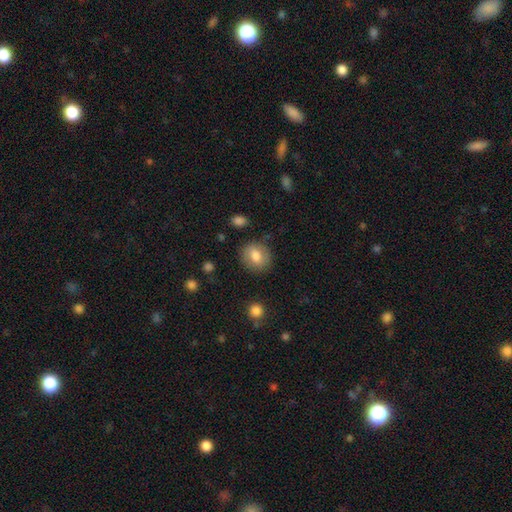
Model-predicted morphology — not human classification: Smooth or featured? smooth (75%)
How rounded? round (71%)
Merging? none (82%)